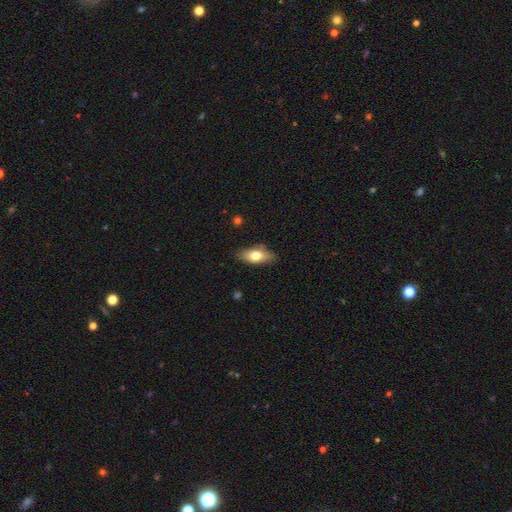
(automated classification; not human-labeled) smooth 68%, featured or disk 25%, star or artifact 7%. Down the decision tree: how rounded — in between (80%); merging — none (80%).